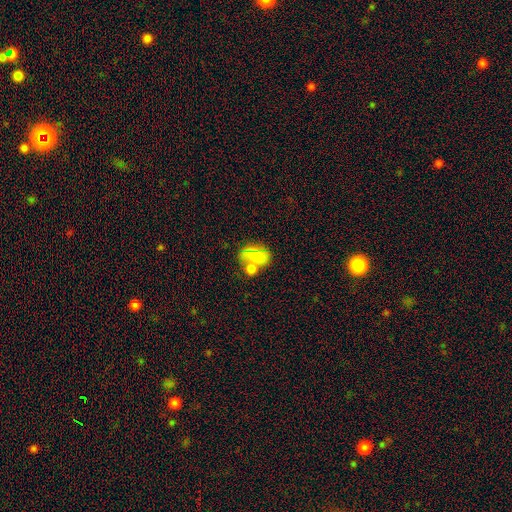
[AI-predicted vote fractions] smooth_or_featured: smooth (p=0.69) [alt: featured or disk p=0.21]
how_rounded: in between (p=0.73) [alt: round p=0.25]
merging: merger (p=0.41) [alt: none p=0.32]